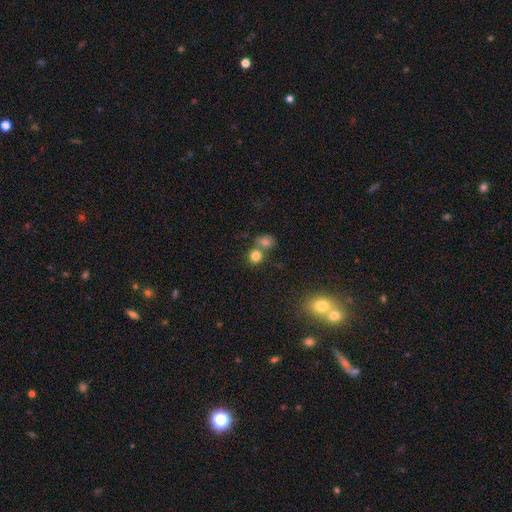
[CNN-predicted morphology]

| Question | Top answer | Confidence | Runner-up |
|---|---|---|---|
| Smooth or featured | smooth | 81% | star or artifact (12%) |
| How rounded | round | 79% | in between (20%) |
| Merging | none | 52% | merger (36%) |